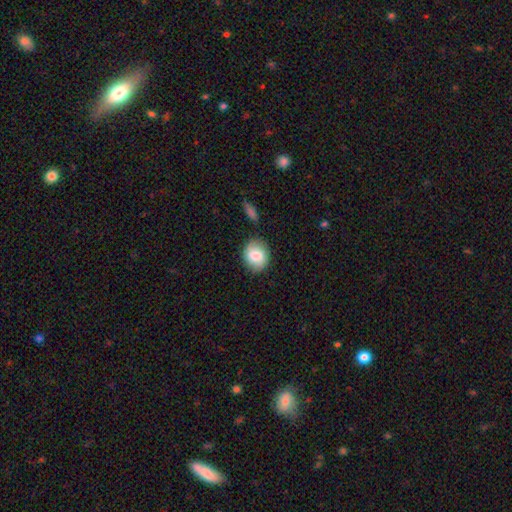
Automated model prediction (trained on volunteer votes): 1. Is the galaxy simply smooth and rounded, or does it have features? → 83% smooth, 10% featured or disk, 7% star or artifact.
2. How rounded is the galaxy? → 64% round, 35% in between, 1% cigar-shaped.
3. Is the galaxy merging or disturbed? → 80% none, 13% minor disturbance, 4% merger, 3% major disturbance.